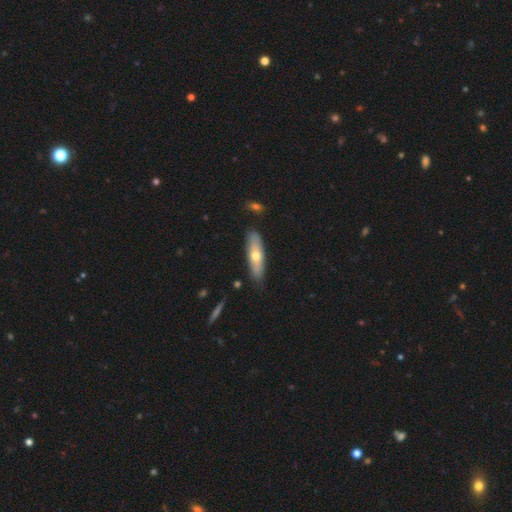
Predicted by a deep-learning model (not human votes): smooth-or-featured: smooth: 55% | featured or disk: 40% | star or artifact: 6%
  how-rounded: cigar-shaped: 58% | in between: 40% | round: 2%
  merging: none: 82% | minor disturbance: 14% | major disturbance: 2% | merger: 2%